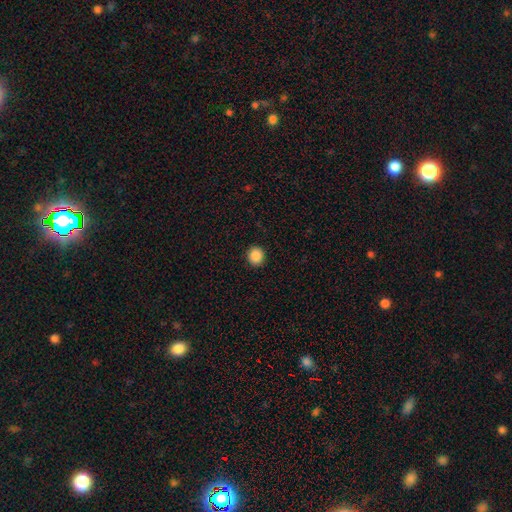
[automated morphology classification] smooth-or-featured: smooth: 88% | star or artifact: 9% | featured or disk: 3%
  how-rounded: round: 88% | in between: 11% | cigar-shaped: 1%
  merging: none: 92% | minor disturbance: 5% | major disturbance: 2% | merger: 1%